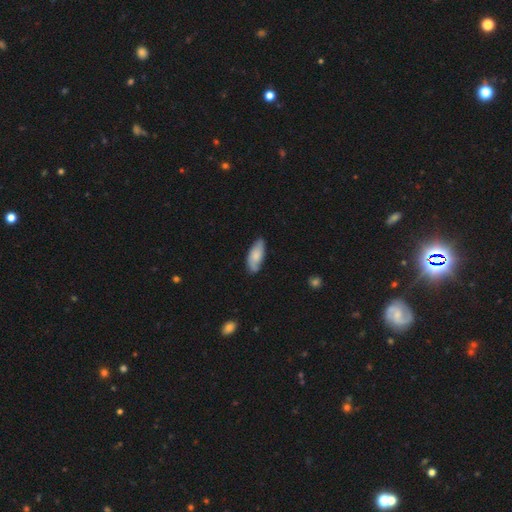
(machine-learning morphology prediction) This is likely a smooth galaxy (66%). How rounded: clearly in between (81%). Merging: likely none (72%).